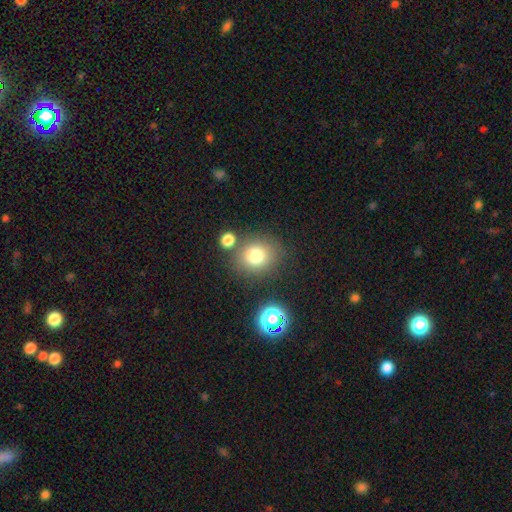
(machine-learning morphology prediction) Q: Smooth or featured?
A: smooth (78%); runner-up: star or artifact (13%)
Q: How rounded?
A: round (80%); runner-up: in between (19%)
Q: Merging?
A: none (74%); runner-up: merger (11%)